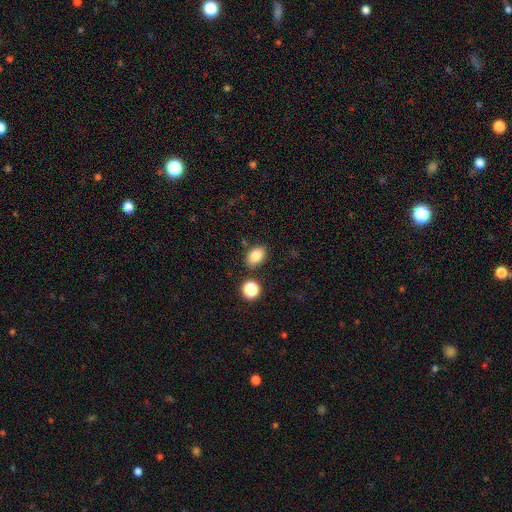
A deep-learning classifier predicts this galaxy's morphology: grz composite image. It shows a smooth galaxy with no disk features (84%) that is in between round and cigar-shaped (81%). Merging: none (80%).